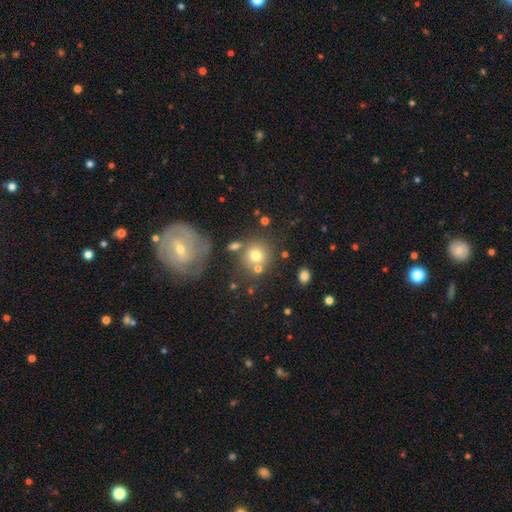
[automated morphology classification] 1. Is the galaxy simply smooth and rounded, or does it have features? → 72% smooth, 15% featured or disk, 13% star or artifact.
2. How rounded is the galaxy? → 83% round, 16% in between, 1% cigar-shaped.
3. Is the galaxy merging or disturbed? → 58% none, 22% merger, 13% minor disturbance, 7% major disturbance.